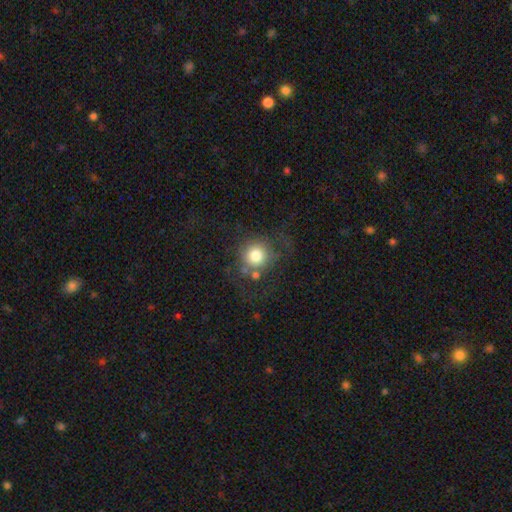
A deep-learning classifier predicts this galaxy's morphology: Q: Smooth or featured?
A: smooth (75%); runner-up: featured or disk (14%)
Q: How rounded?
A: round (90%); runner-up: in between (9%)
Q: Merging?
A: none (59%); runner-up: minor disturbance (17%)